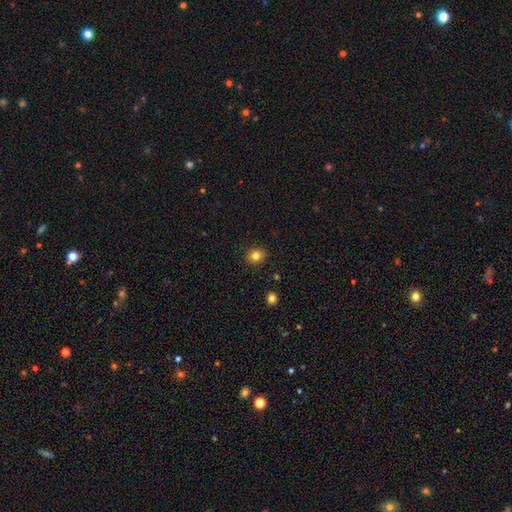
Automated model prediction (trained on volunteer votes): This is clearly a smooth galaxy (81%). How rounded: likely round (74%). Merging: clearly none (90%).